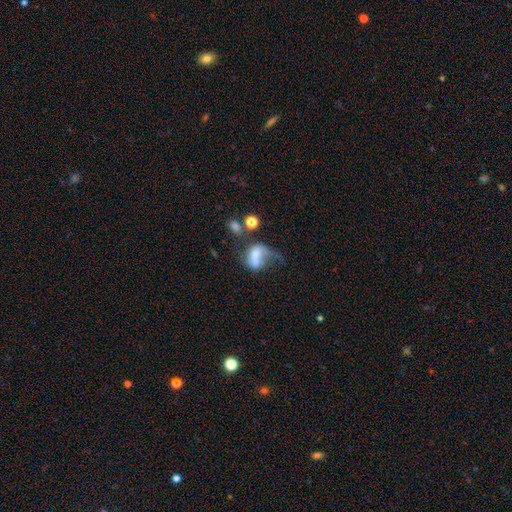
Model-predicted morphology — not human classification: This appears to be a smooth galaxy with no disk features (52%) that is in between round and cigar-shaped (67%). Merging: major disturbance (37%).